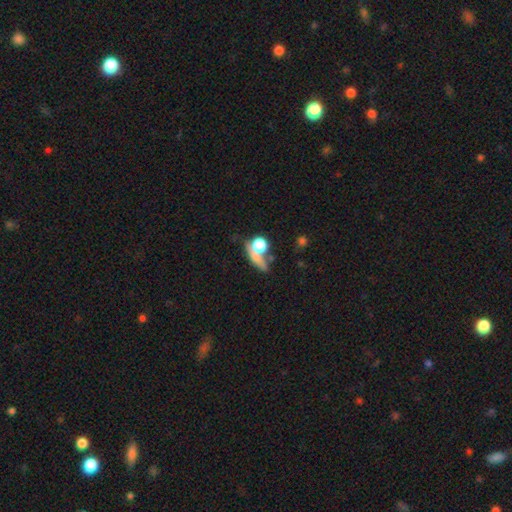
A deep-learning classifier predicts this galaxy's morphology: Smooth or featured? Predicted: smooth (p=0.63). How rounded? Predicted: round (p=0.46). Merging? Predicted: merger (p=0.34).